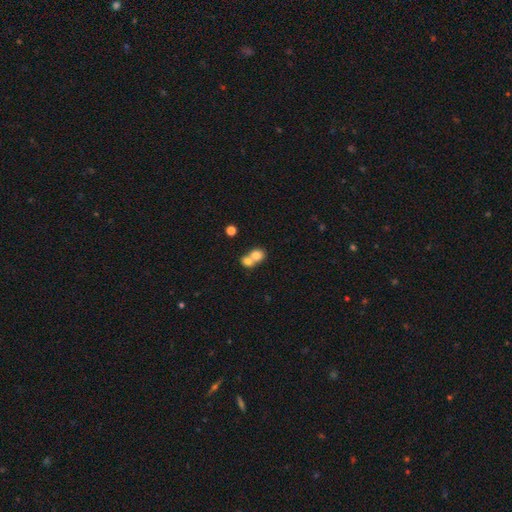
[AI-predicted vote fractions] smooth-or-featured: smooth: 78% | featured or disk: 13% | star or artifact: 9%
  how-rounded: round: 64% | in between: 35% | cigar-shaped: 1%
  merging: merger: 69% | none: 23% | minor disturbance: 5% | major disturbance: 3%